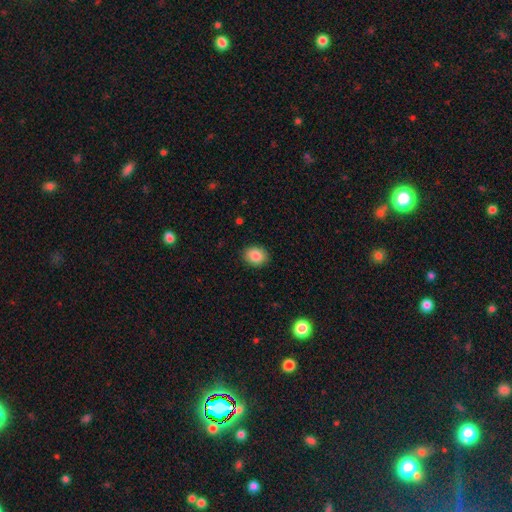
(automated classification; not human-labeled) smooth-or-featured: smooth: 86% | star or artifact: 8% | featured or disk: 5%
  how-rounded: round: 52% | in between: 48% | cigar-shaped: 1%
  merging: none: 89% | minor disturbance: 8% | major disturbance: 2% | merger: 1%